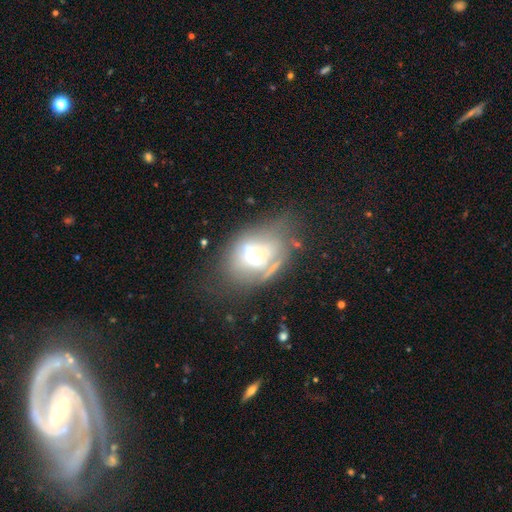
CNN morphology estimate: Overall: featured or disk (46%; smooth 41%). Merging: none (45%; minor disturbance 26%).